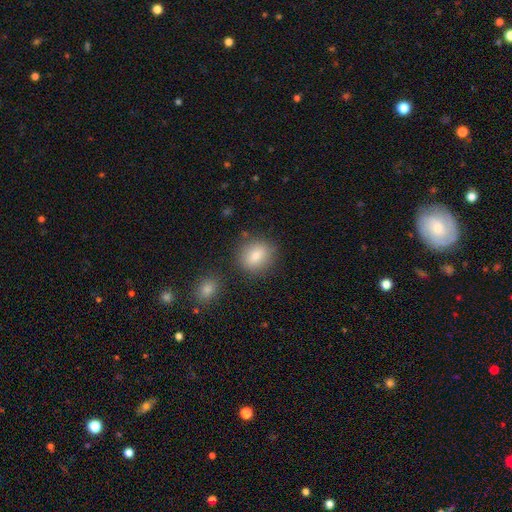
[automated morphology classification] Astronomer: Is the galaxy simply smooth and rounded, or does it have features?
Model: smooth — 85%.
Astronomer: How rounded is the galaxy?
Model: round — 63%.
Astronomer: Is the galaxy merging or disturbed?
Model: none — 78%.